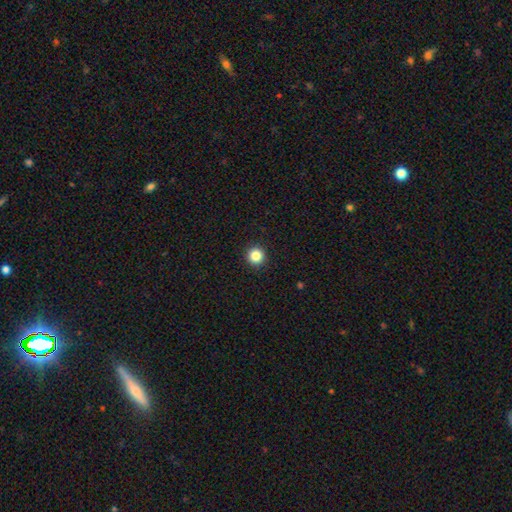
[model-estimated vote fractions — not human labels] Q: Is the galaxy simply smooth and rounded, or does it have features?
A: smooth — 85%.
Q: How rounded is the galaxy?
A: round — 96%.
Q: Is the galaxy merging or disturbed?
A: none — 93%.